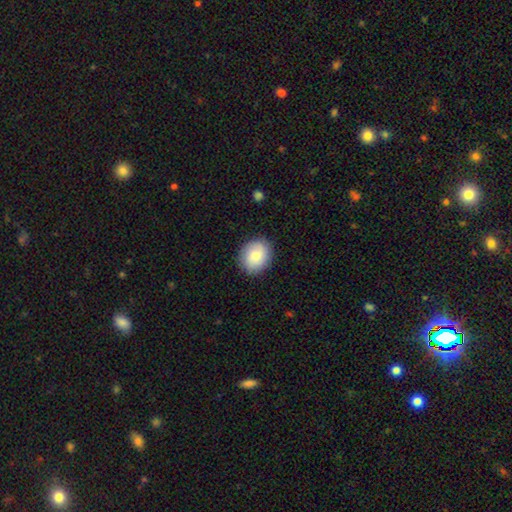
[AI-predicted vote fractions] Morphology: type=smooth (81%); roundness=round (60%); merging=none (87%).